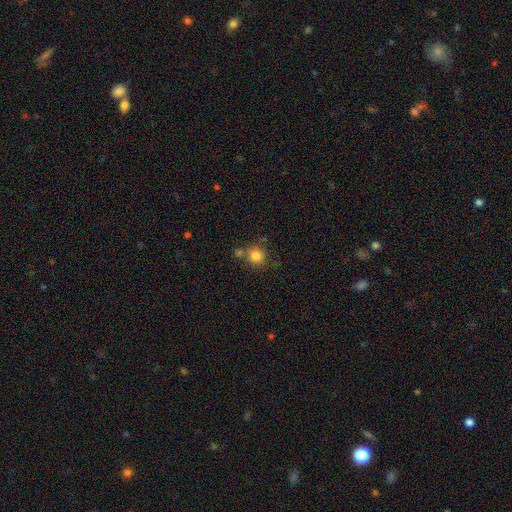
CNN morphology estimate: Smooth or featured?
  - smooth: 82% *
  - star or artifact: 11%
  - featured or disk: 7%
How rounded?
  - round: 91% *
  - in between: 8%
  - cigar-shaped: 1%
Merging?
  - none: 66% *
  - merger: 18%
  - minor disturbance: 12%
  - major disturbance: 4%